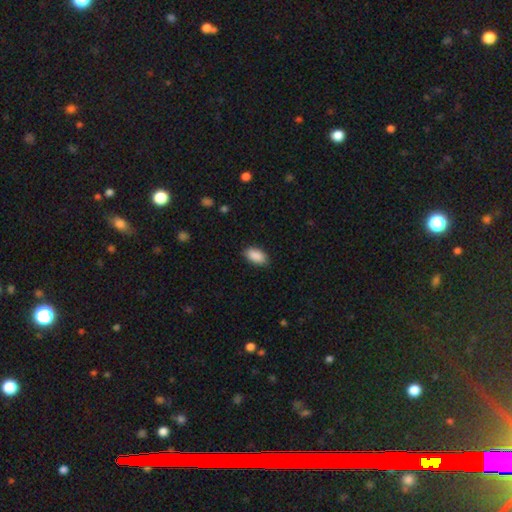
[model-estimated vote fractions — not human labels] A smooth galaxy with no disk features (90%) that is in between round and cigar-shaped (93%). Merging: none (85%).